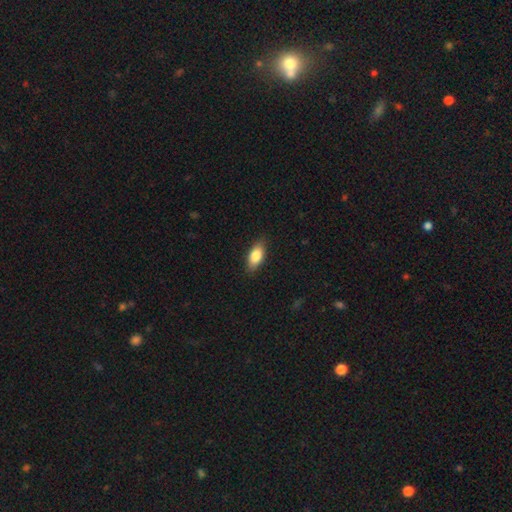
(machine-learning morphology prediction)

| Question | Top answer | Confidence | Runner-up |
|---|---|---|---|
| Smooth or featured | smooth | 80% | featured or disk (13%) |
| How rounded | in between | 86% | cigar-shaped (10%) |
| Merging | none | 86% | minor disturbance (11%) |